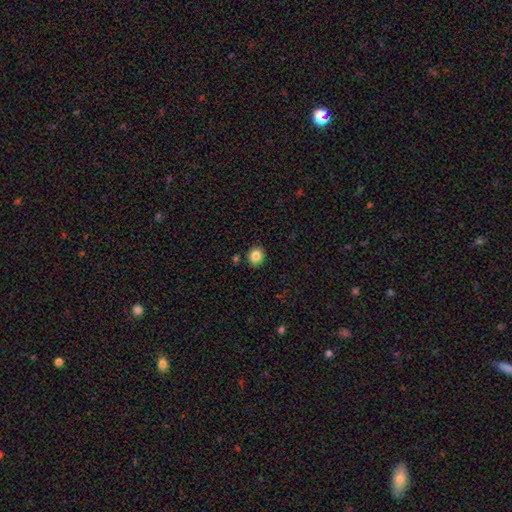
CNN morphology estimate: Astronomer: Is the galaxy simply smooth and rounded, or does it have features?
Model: smooth — 85%.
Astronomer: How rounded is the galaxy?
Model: round — 80%.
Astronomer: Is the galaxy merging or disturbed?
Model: none — 88%.